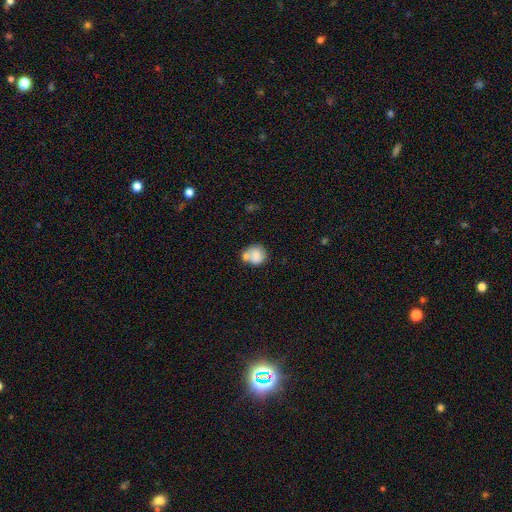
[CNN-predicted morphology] Q: Smooth or featured?
A: smooth (74%); runner-up: featured or disk (18%)
Q: How rounded?
A: round (76%); runner-up: in between (23%)
Q: Merging?
A: merger (41%); runner-up: none (37%)